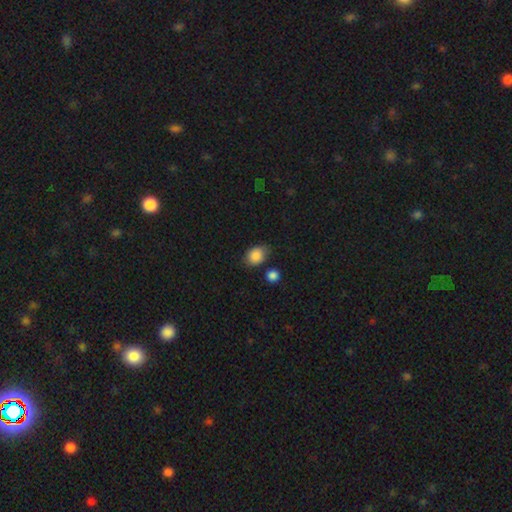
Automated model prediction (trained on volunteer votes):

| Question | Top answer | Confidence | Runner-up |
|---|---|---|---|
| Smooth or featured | smooth | 87% | star or artifact (8%) |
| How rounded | in between | 65% | round (34%) |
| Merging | none | 72% | minor disturbance (17%) |